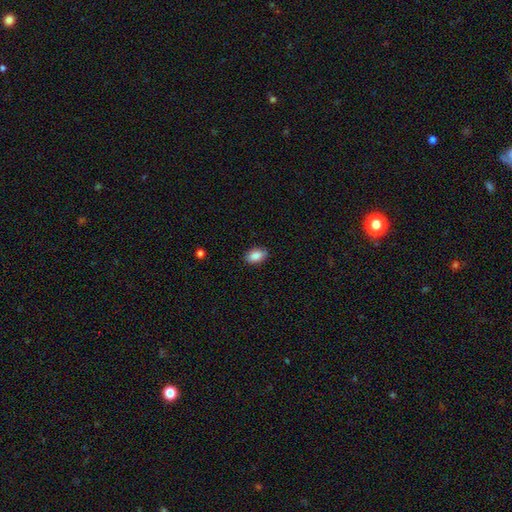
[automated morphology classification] Smooth or featured? Predicted: smooth (p=0.88). How rounded? Predicted: in between (p=0.91). Merging? Predicted: none (p=0.86).